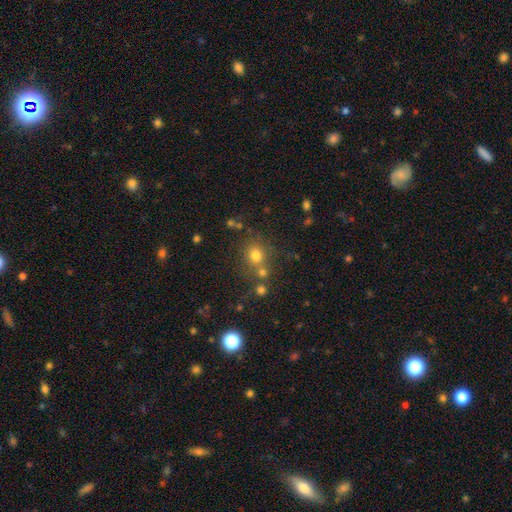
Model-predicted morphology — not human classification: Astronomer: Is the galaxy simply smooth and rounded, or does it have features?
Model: smooth — 72%.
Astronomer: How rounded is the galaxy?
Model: round — 80%.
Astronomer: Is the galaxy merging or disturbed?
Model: none — 64%.